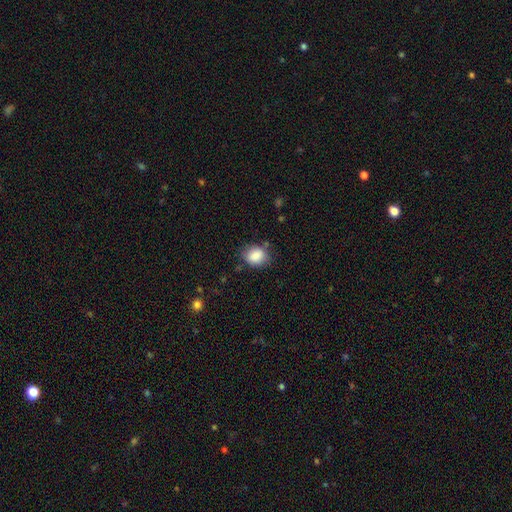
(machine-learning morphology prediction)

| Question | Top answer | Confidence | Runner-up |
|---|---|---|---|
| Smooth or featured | smooth | 86% | star or artifact (8%) |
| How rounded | round | 50% | in between (49%) |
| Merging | none | 74% | minor disturbance (18%) |